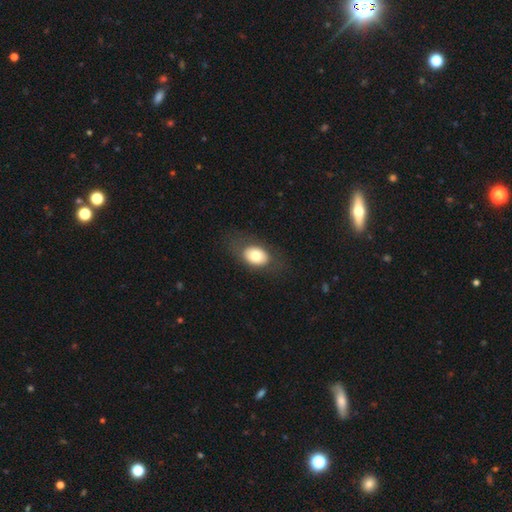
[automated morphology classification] smooth-or-featured: smooth: 72% | featured or disk: 21% | star or artifact: 7%
  how-rounded: in between: 80% | round: 19% | cigar-shaped: 1%
  merging: none: 78% | minor disturbance: 13% | major disturbance: 7% | merger: 1%